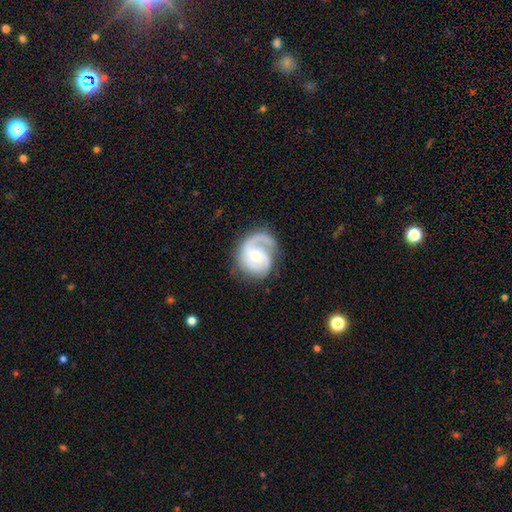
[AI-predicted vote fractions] smooth_or_featured: featured or disk (p=0.81) [alt: smooth p=0.14]
disk_edge_on: no (p=0.98) [alt: yes p=0.02]
bar: no (p=0.62) [alt: weak p=0.31]
has_spiral_arms: yes (p=0.94) [alt: no p=0.06]
spiral_winding: tight (p=0.42) [alt: medium p=0.40]
spiral_arm_count: 1 (p=0.46) [alt: 2 p=0.36]
bulge_size: small (p=0.48) [alt: moderate p=0.47]
merging: none (p=0.60) [alt: minor disturbance p=0.21]